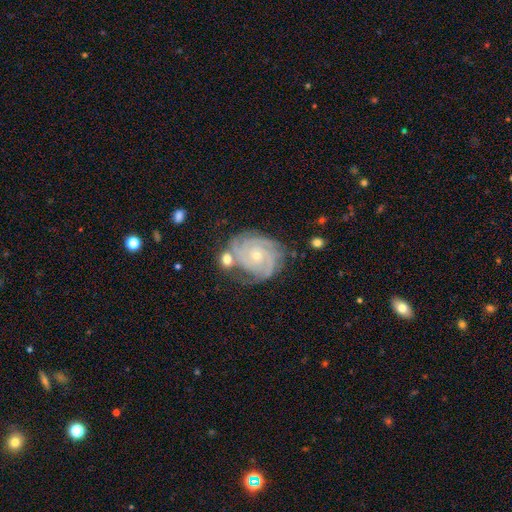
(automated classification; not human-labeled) smooth-or-featured: featured or disk: 88% | star or artifact: 6% | smooth: 6%
  disk-edge-on: no: 98% | yes: 2%
    bar: no: 76% | weak: 19% | strong: 5%
    has-spiral-arms: yes: 98% | no: 2%
      spiral-winding: tight: 77% | medium: 20% | loose: 3%
      spiral-arm-count: 3: 35% | 4: 28% | can't tell: 15% | 2: 11% | more than 4: 6% | 1: 5%
    bulge-size: small: 68% | moderate: 29% | none: 1% | large: 1% | dominant: 1%
  merging: none: 67% | minor disturbance: 19% | merger: 8% | major disturbance: 6%